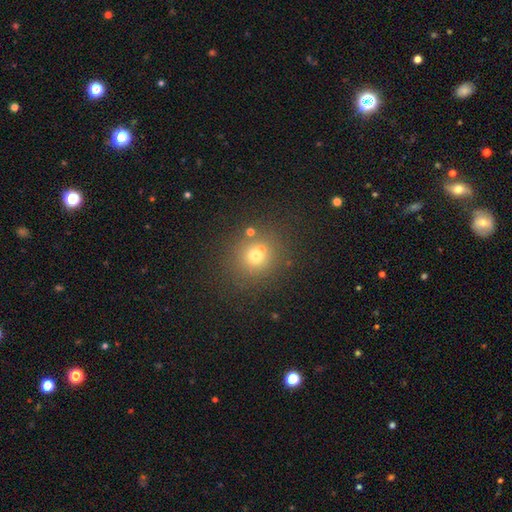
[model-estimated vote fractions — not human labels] Morphology: type=smooth (67%); roundness=round (88%); merging=none (71%).